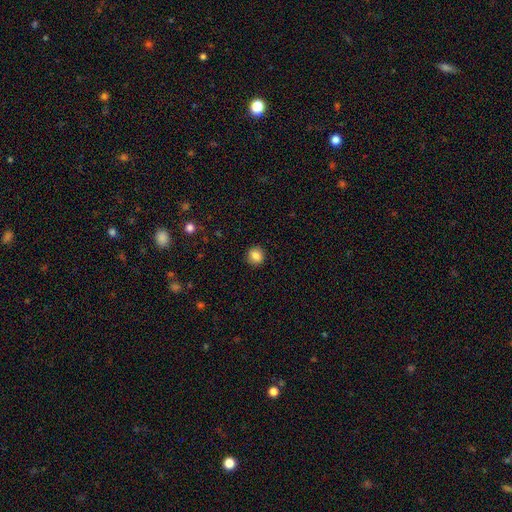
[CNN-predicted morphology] A smooth galaxy with no disk features (85%) that is round (84%).

Vote fractions:
- Smooth or featured? smooth: 85% / star or artifact: 10% / featured or disk: 5%
- How rounded? round: 84% / in between: 15% / cigar-shaped: 1%
- Merging? none: 91% / minor disturbance: 6% / major disturbance: 2% / merger: 1%